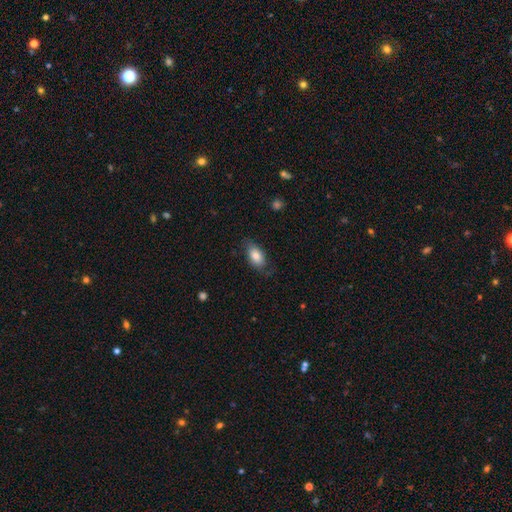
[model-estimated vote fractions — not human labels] smooth 81%, featured or disk 13%, star or artifact 7%. Down the decision tree: how rounded — in between (91%); merging — none (71%).